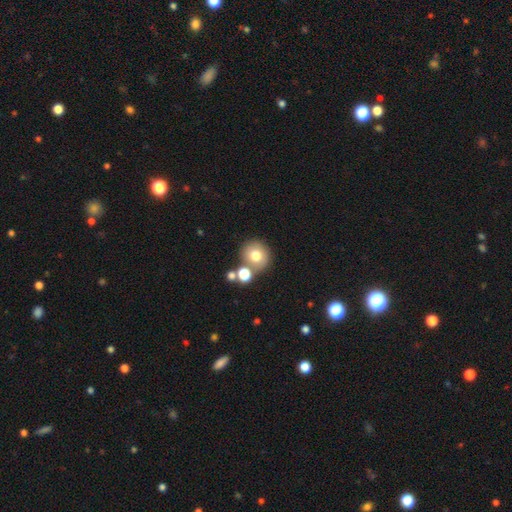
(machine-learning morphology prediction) Smooth or featured? Predicted: smooth (p=0.73). How rounded? Predicted: round (p=0.87). Merging? Predicted: none (p=0.65).